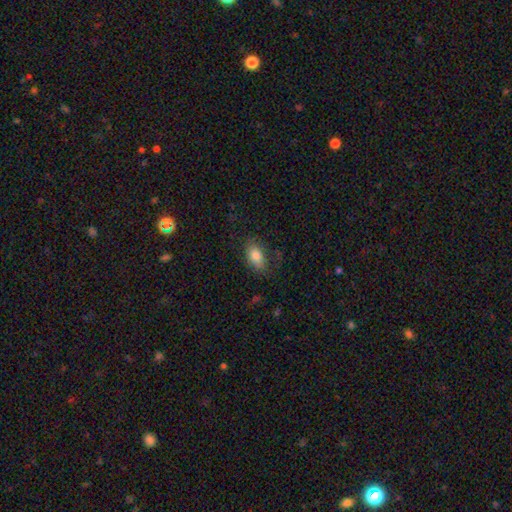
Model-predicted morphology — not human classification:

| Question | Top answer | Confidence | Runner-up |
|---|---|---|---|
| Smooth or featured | smooth | 81% | featured or disk (11%) |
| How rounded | in between | 90% | round (7%) |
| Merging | none | 75% | minor disturbance (18%) |